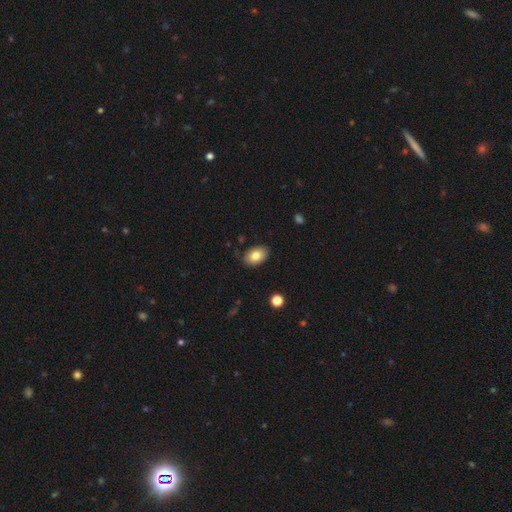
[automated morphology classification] Smooth or featured?
  - smooth: 81% *
  - featured or disk: 11%
  - star or artifact: 8%
How rounded?
  - in between: 87% *
  - round: 12%
  - cigar-shaped: 1%
Merging?
  - none: 81% *
  - minor disturbance: 15%
  - major disturbance: 3%
  - merger: 1%